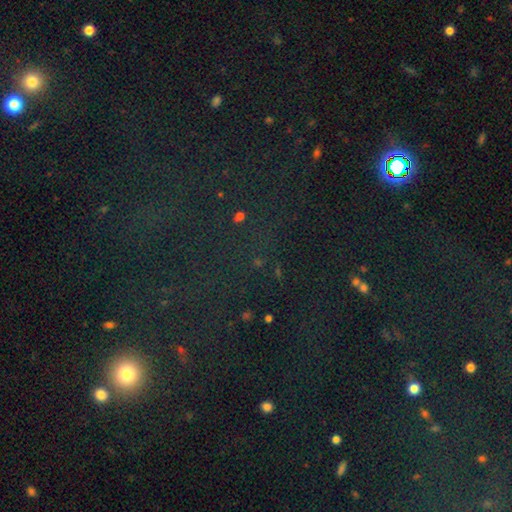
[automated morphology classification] smooth-or-featured: star or artifact: 70% | smooth: 22% | featured or disk: 9%